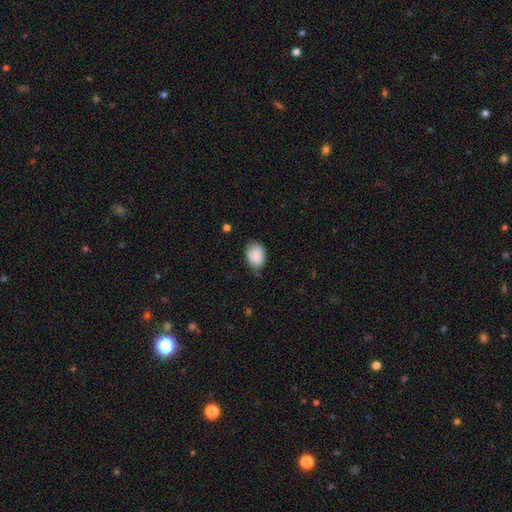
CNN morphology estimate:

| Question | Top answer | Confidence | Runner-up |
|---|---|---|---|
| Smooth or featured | smooth | 88% | star or artifact (7%) |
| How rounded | in between | 70% | round (29%) |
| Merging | none | 69% | minor disturbance (25%) |